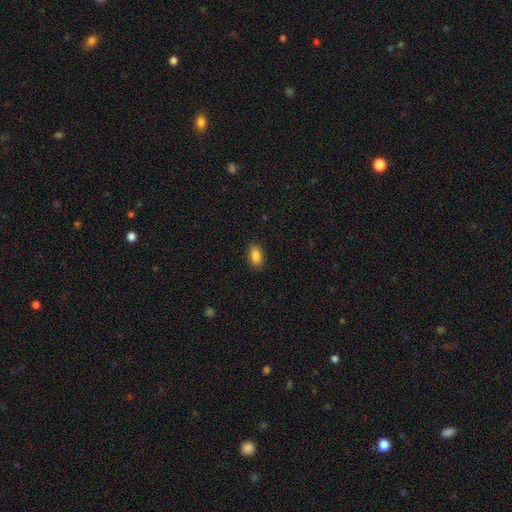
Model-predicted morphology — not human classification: A smooth galaxy with no disk features (88%) that is in between round and cigar-shaped (91%).

Vote fractions:
- Smooth or featured? smooth: 88% / star or artifact: 8% / featured or disk: 4%
- How rounded? in between: 91% / round: 5% / cigar-shaped: 4%
- Merging? none: 89% / minor disturbance: 8% / major disturbance: 2% / merger: 1%